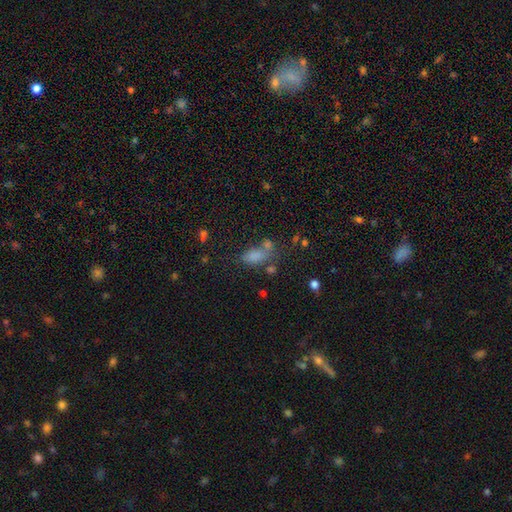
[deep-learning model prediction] This is likely a smooth galaxy (75%). How rounded: clearly in between (84%). Merging: marginally none (44%).